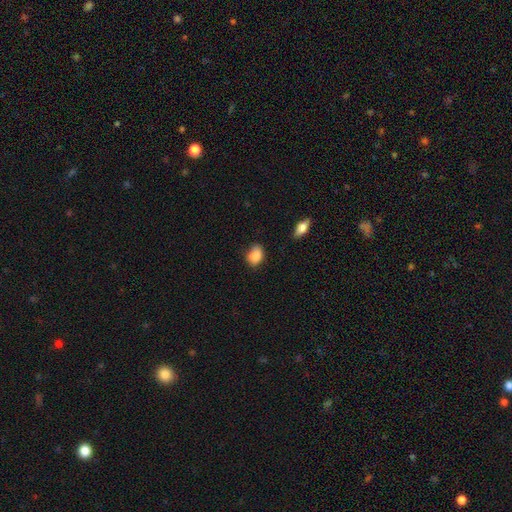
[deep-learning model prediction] Q: Smooth or featured?
A: smooth (86%); runner-up: star or artifact (8%)
Q: How rounded?
A: in between (71%); runner-up: round (28%)
Q: Merging?
A: none (71%); runner-up: minor disturbance (23%)